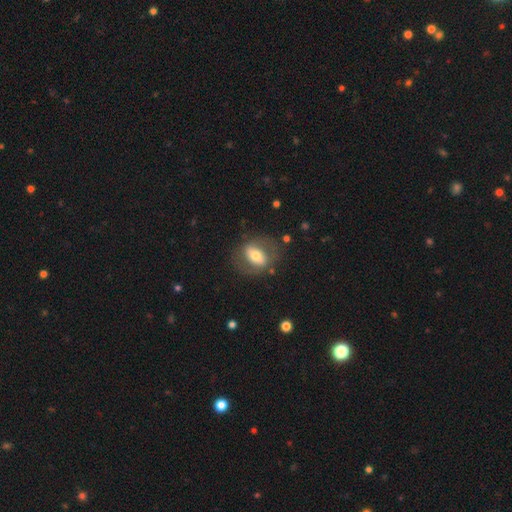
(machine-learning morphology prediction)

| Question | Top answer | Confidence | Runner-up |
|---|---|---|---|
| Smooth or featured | smooth | 51% | featured or disk (42%) |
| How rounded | in between | 72% | round (25%) |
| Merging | none | 69% | minor disturbance (17%) |